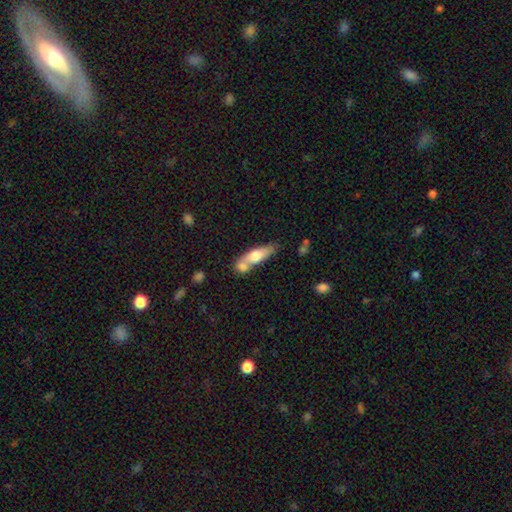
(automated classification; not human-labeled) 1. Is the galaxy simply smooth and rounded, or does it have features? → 64% smooth, 30% featured or disk, 6% star or artifact.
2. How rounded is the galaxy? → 54% cigar-shaped, 42% in between, 3% round.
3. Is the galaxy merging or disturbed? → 44% merger, 38% none, 14% minor disturbance, 5% major disturbance.